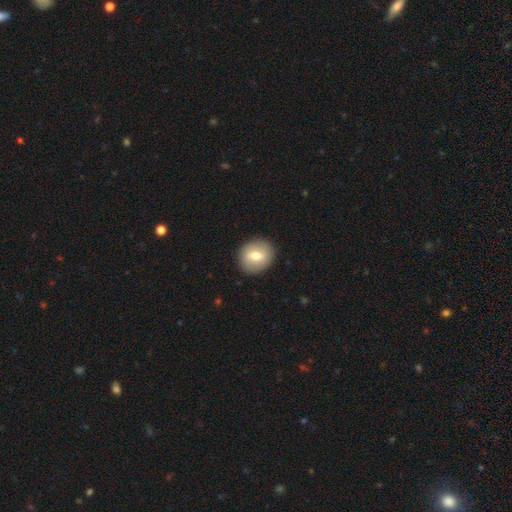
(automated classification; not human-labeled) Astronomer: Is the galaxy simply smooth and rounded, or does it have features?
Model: smooth — 63%.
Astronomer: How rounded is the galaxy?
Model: round — 77%.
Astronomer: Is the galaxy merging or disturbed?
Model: none — 89%.